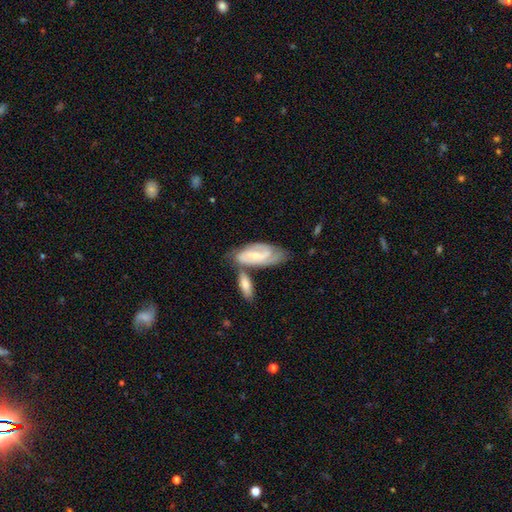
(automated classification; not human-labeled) Overall: featured or disk (75%). Edge-on disk: no (92%). Bar: weak (46%; strong 27%). Spiral arms: yes (93%). Spiral arm count: 2 (74%). Spiral winding: medium (44%; tight 41%). Bulge size: small (61%; moderate 32%). Merging: none (50%; merger 24%).